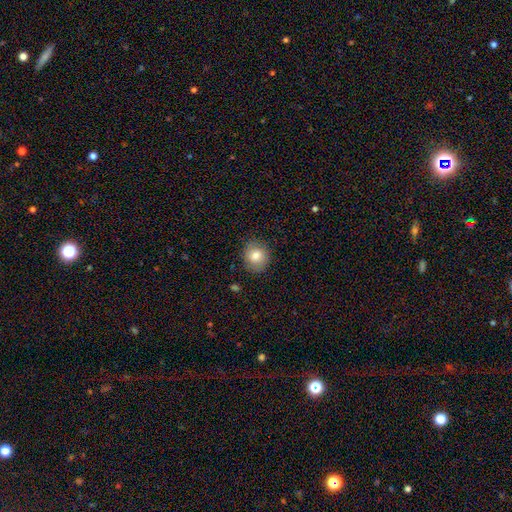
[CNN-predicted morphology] Smooth or featured?
  - smooth: 80% *
  - featured or disk: 11%
  - star or artifact: 9%
How rounded?
  - round: 75% *
  - in between: 25%
  - cigar-shaped: 1%
Merging?
  - none: 86% *
  - minor disturbance: 10%
  - major disturbance: 3%
  - merger: 1%